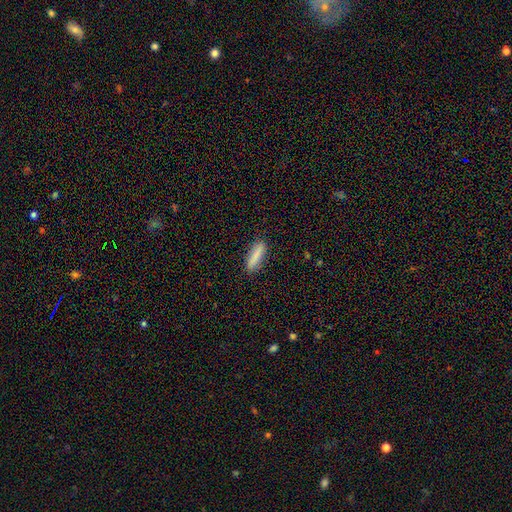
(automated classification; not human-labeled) smooth_or_featured: smooth (p=0.85) [alt: featured or disk p=0.09]
how_rounded: cigar-shaped (p=0.71) [alt: in between p=0.28]
merging: none (p=0.87) [alt: minor disturbance p=0.09]